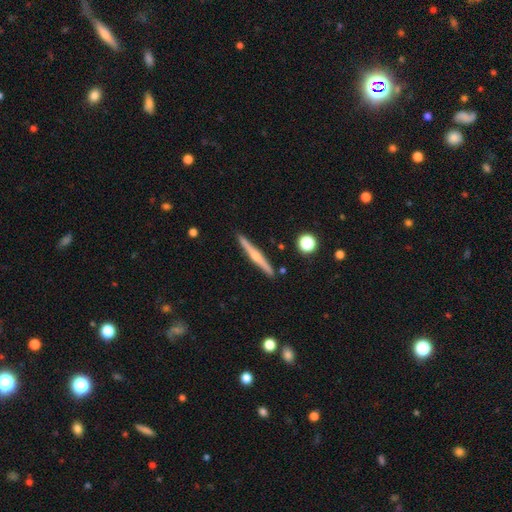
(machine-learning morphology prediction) type=featured or disk (66%); edge-on=yes (98%); edge-on bulge=rounded (78%); merging=none (90%).